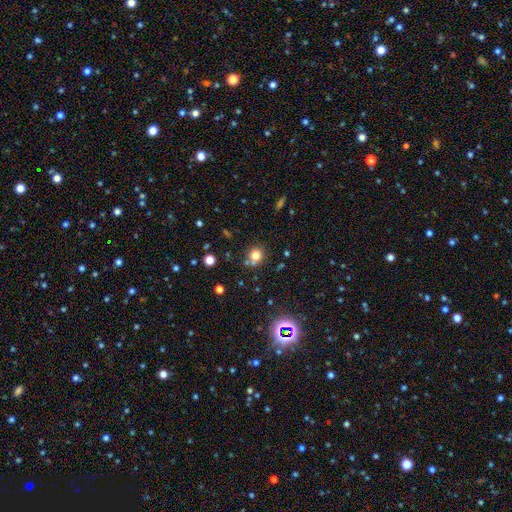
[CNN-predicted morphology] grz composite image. It shows a smooth galaxy with no disk features (75%) that is round (88%). Merging: none (72%).